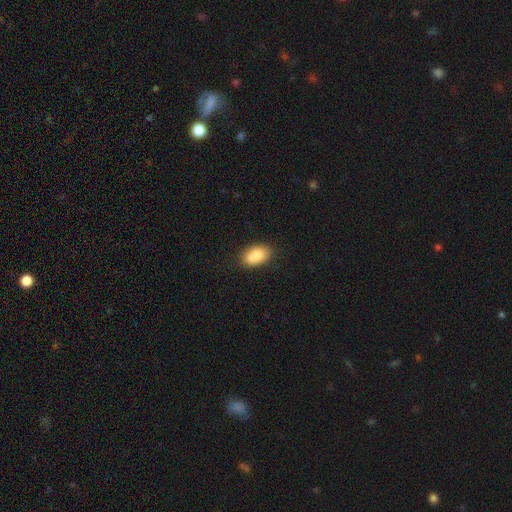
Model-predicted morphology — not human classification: Smooth or featured? Predicted: smooth (p=0.83). How rounded? Predicted: in between (p=0.89). Merging? Predicted: none (p=0.69).